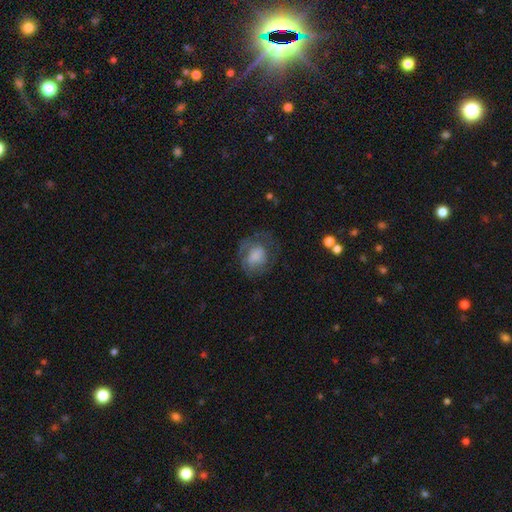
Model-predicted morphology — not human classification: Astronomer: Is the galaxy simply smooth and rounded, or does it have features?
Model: smooth — 48% (runner-up: featured or disk, 43%).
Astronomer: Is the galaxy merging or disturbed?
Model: none — 48% (runner-up: major disturbance, 27%).